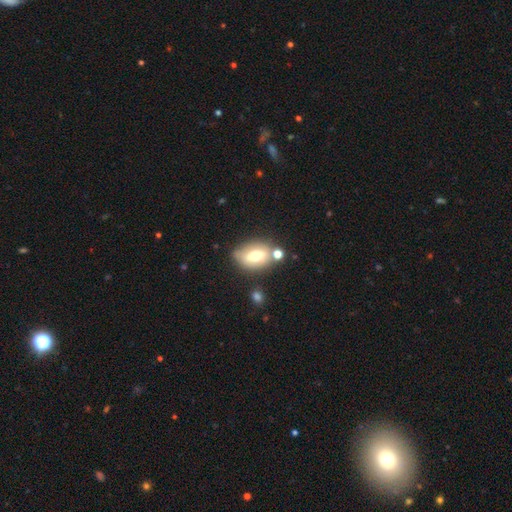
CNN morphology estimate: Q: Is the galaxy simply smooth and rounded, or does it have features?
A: smooth — 55%.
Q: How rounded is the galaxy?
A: in between — 79%.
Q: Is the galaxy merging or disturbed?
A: none — 59%.